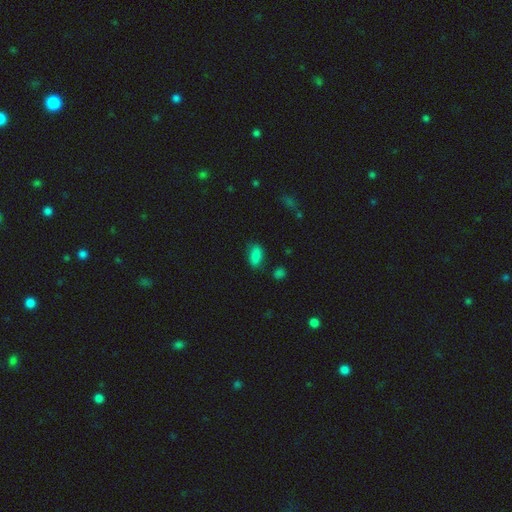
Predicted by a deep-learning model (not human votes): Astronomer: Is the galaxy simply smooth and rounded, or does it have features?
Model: smooth — 85%.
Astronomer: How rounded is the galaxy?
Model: in between — 89%.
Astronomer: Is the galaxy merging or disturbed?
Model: none — 75%.